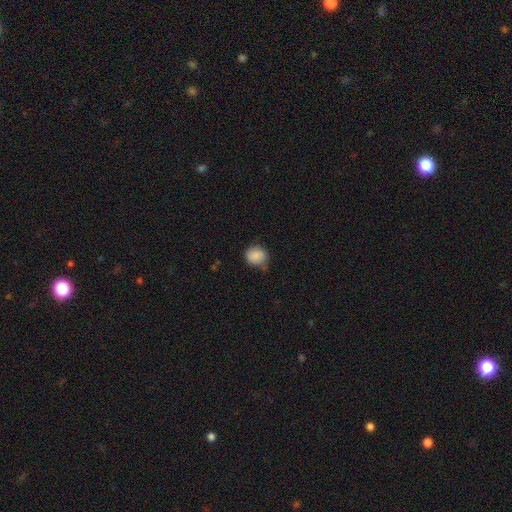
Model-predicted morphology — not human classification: The model was most divided on "merging": none: 65%, minor disturbance: 27%, major disturbance: 6%, merger: 3%. More confident: smooth or featured — smooth (86%); how rounded — round (74%).